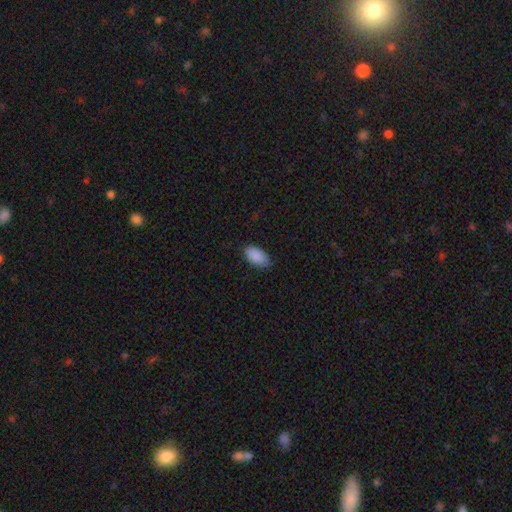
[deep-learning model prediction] Smooth or featured? smooth (90%)
How rounded? in between (95%)
Merging? none (80%)